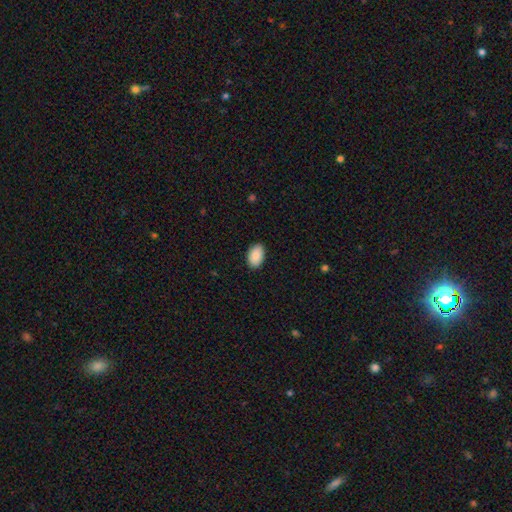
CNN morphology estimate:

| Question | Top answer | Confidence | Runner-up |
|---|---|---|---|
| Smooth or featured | smooth | 91% | star or artifact (7%) |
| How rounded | in between | 91% | round (7%) |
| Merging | none | 87% | minor disturbance (10%) |